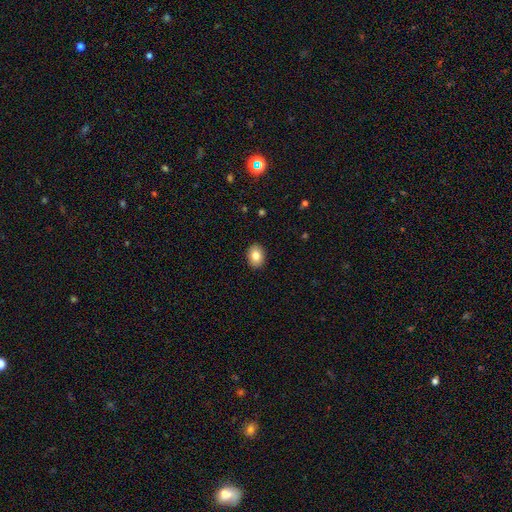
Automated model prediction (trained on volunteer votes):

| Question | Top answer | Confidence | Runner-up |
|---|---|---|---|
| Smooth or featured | smooth | 83% | star or artifact (8%) |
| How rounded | in between | 59% | round (40%) |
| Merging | none | 91% | minor disturbance (7%) |